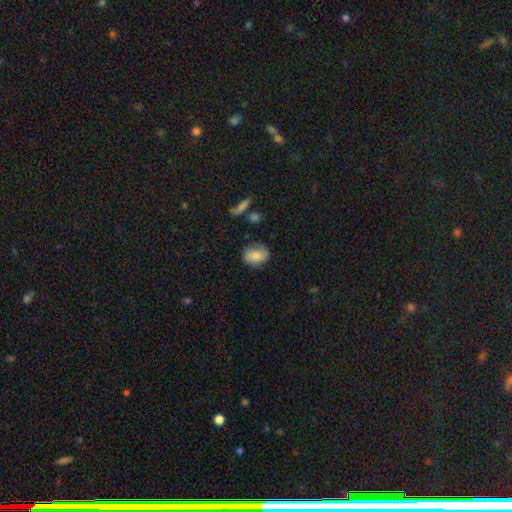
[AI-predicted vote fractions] smooth_or_featured: smooth (p=0.76) [alt: featured or disk p=0.16]
how_rounded: in between (p=0.65) [alt: round p=0.33]
merging: none (p=0.74) [alt: minor disturbance p=0.19]